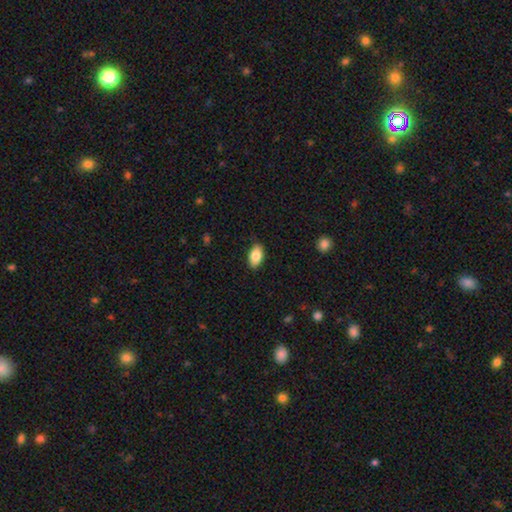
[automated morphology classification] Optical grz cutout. It shows a smooth galaxy with no disk features (82%) that is in between round and cigar-shaped (92%). Merging: none (87%).